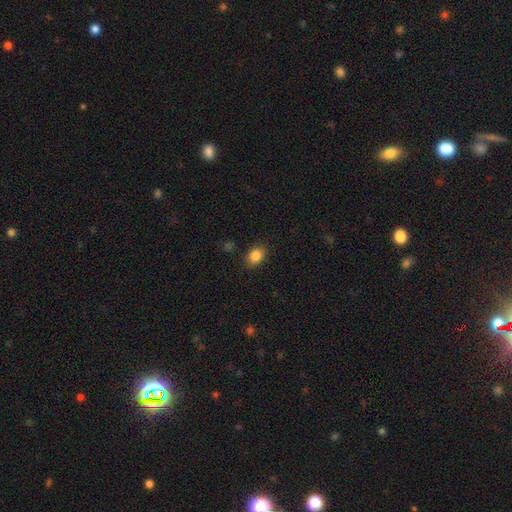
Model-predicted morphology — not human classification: smooth 86%, star or artifact 9%, featured or disk 5%. Down the decision tree: how rounded — in between (71%); merging — none (86%).